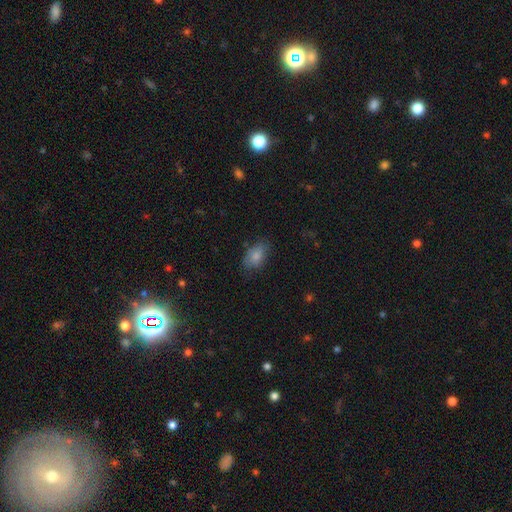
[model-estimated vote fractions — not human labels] smooth 82%, featured or disk 10%, star or artifact 8%. Down the decision tree: how rounded — in between (90%); merging — none (66%).